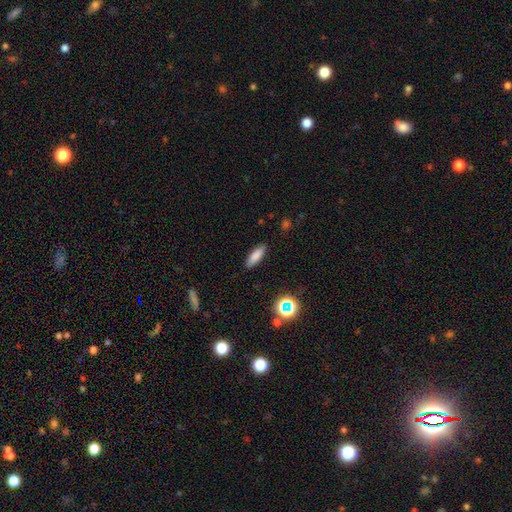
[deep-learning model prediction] Q: Smooth or featured?
A: smooth (82%); runner-up: star or artifact (10%)
Q: How rounded?
A: in between (55%); runner-up: cigar-shaped (43%)
Q: Merging?
A: none (88%); runner-up: minor disturbance (8%)